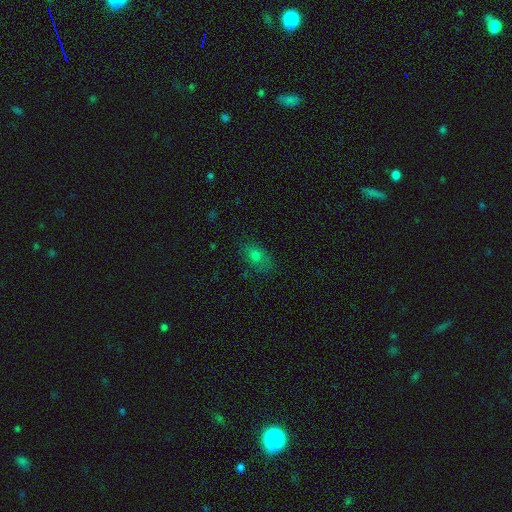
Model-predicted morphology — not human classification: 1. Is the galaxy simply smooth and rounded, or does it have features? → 70% smooth, 16% featured or disk, 15% star or artifact.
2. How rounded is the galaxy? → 80% in between, 17% round, 3% cigar-shaped.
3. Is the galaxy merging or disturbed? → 73% none, 20% minor disturbance, 5% major disturbance, 2% merger.